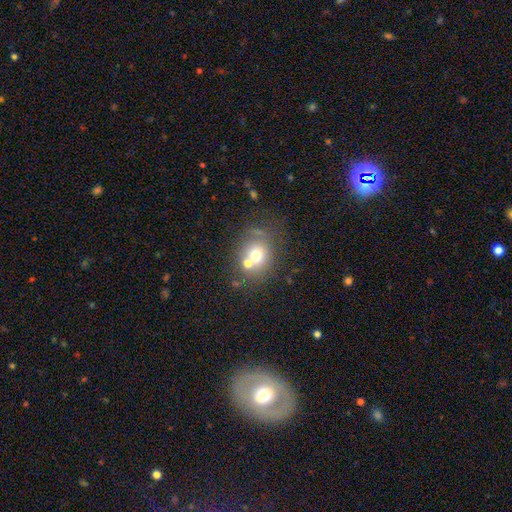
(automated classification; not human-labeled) Q: Smooth or featured?
A: smooth (65%); runner-up: featured or disk (21%)
Q: How rounded?
A: round (72%); runner-up: in between (27%)
Q: Merging?
A: none (49%); runner-up: merger (34%)